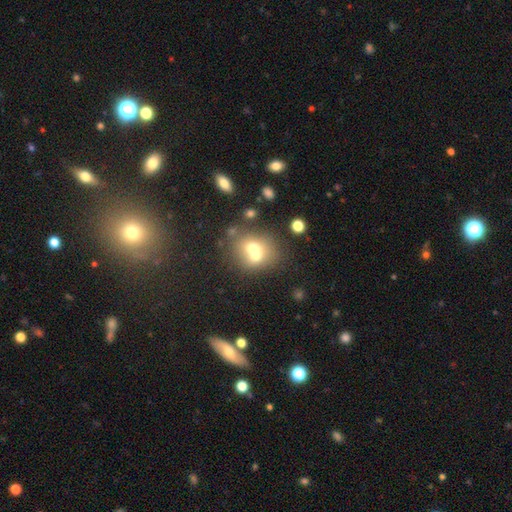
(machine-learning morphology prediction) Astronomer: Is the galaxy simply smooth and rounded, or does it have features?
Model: smooth — 63%.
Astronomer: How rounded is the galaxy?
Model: round — 69%.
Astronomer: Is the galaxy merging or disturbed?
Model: merger — 52% (runner-up: none, 35%).